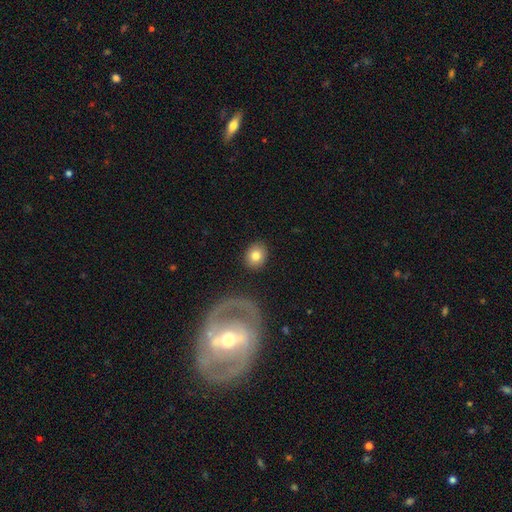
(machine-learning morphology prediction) Smooth or featured? smooth (80%)
How rounded? round (70%)
Merging? none (88%)